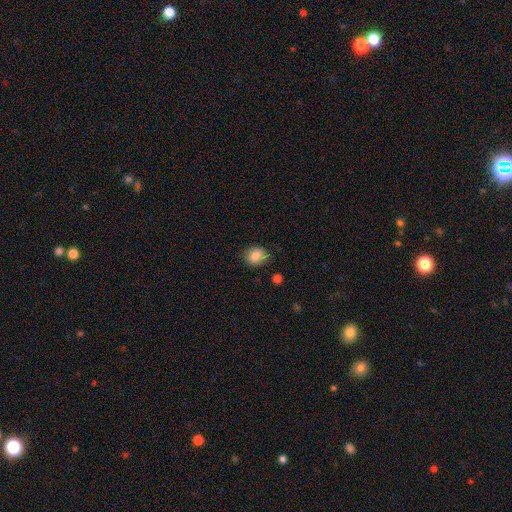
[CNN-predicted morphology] Smooth or featured?
  - smooth: 86% *
  - star or artifact: 9%
  - featured or disk: 5%
How rounded?
  - round: 66% *
  - in between: 33%
  - cigar-shaped: 1%
Merging?
  - none: 82% *
  - minor disturbance: 14%
  - major disturbance: 3%
  - merger: 2%